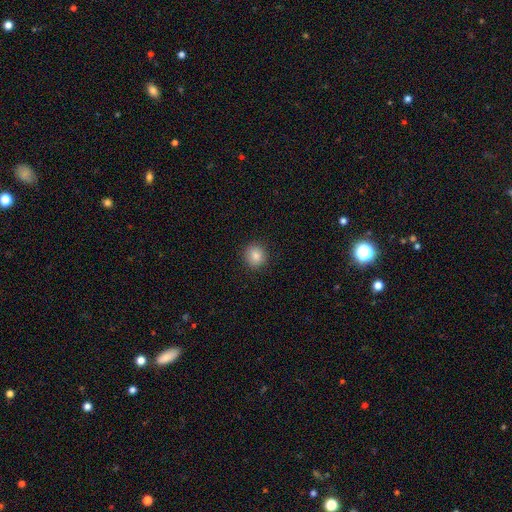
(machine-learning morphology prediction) smooth_or_featured: smooth (p=0.85) [alt: star or artifact p=0.10]
how_rounded: round (p=0.90) [alt: in between p=0.10]
merging: none (p=0.90) [alt: minor disturbance p=0.06]